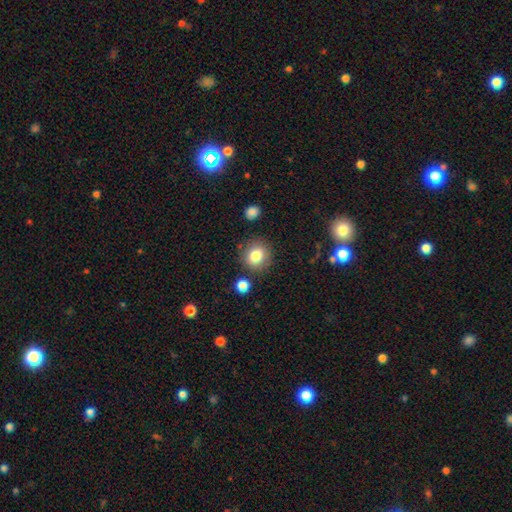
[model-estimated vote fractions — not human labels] Overall: smooth (81%). How rounded: round (83%). Merging: none (84%).